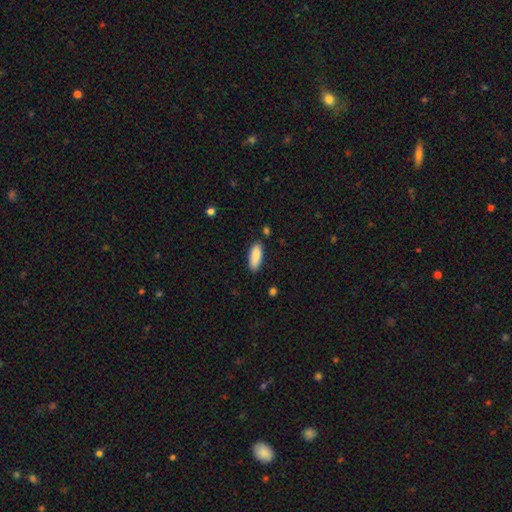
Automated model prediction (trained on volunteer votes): Smooth or featured: smooth — 89% (star or artifact — 6%)
How rounded: in between — 74% (cigar-shaped — 25%)
Merging: none — 84% (minor disturbance — 11%)